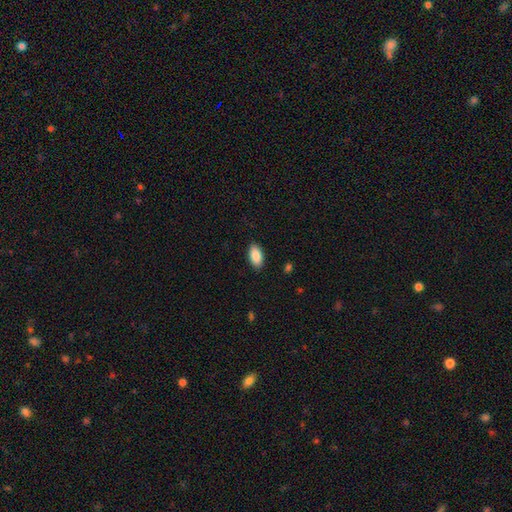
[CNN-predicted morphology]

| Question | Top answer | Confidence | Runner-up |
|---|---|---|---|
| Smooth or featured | smooth | 88% | star or artifact (7%) |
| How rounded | in between | 93% | cigar-shaped (4%) |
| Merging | none | 88% | minor disturbance (9%) |